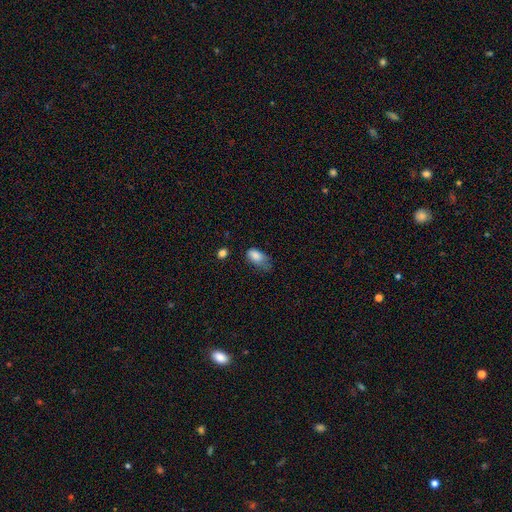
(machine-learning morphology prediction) Smooth or featured: smooth — 82% (featured or disk — 10%)
How rounded: in between — 89% (round — 8%)
Merging: minor disturbance — 43% (major disturbance — 29%)